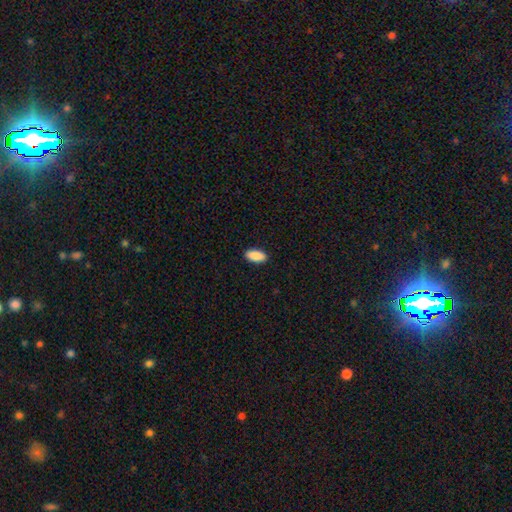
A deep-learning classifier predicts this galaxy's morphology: Smooth or featured: smooth — 91% (star or artifact — 6%)
How rounded: in between — 91% (cigar-shaped — 7%)
Merging: none — 91% (minor disturbance — 7%)